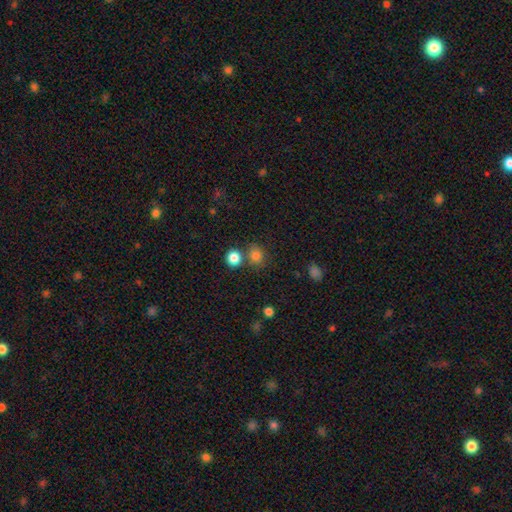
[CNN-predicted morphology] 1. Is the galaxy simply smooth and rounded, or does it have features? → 81% smooth, 14% star or artifact, 6% featured or disk.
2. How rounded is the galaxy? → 75% round, 24% in between, 1% cigar-shaped.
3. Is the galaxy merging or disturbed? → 67% none, 20% merger, 10% minor disturbance, 4% major disturbance.